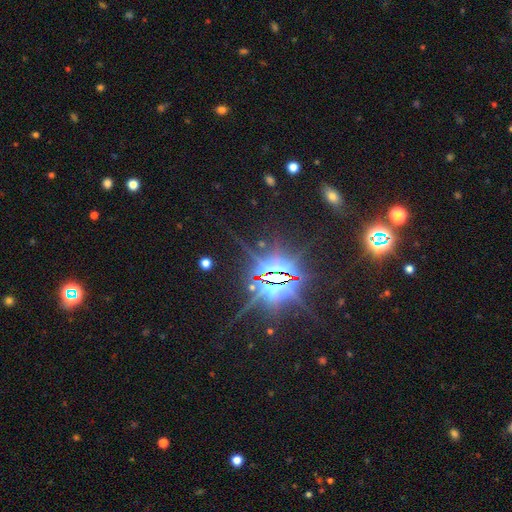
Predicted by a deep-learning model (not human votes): Smooth or featured?
  - star or artifact: 84% *
  - featured or disk: 10%
  - smooth: 6%